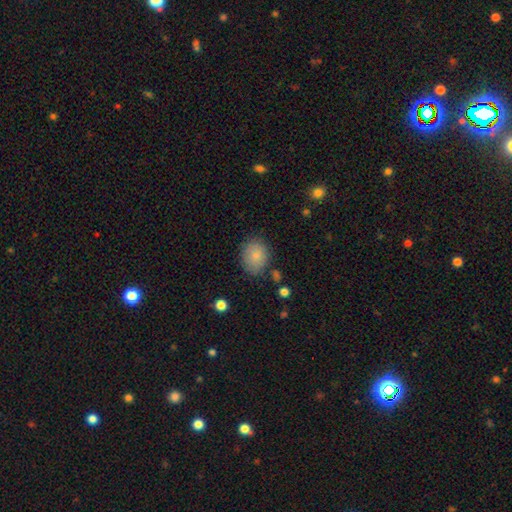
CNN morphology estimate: Q: Smooth or featured?
A: smooth (82%); runner-up: featured or disk (9%)
Q: How rounded?
A: round (50%); runner-up: in between (49%)
Q: Merging?
A: none (76%); runner-up: minor disturbance (17%)